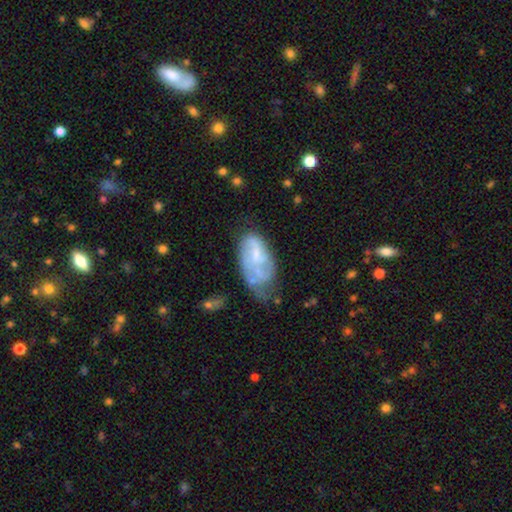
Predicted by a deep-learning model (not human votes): Overall: featured or disk (57%; smooth 35%). Edge-on disk: no (95%). Bar: no (60%; weak 32%). Spiral arms: yes (61%; no 39%). Bulge size: small (40%; none 29%). Merging: minor disturbance (34%; none 33%).